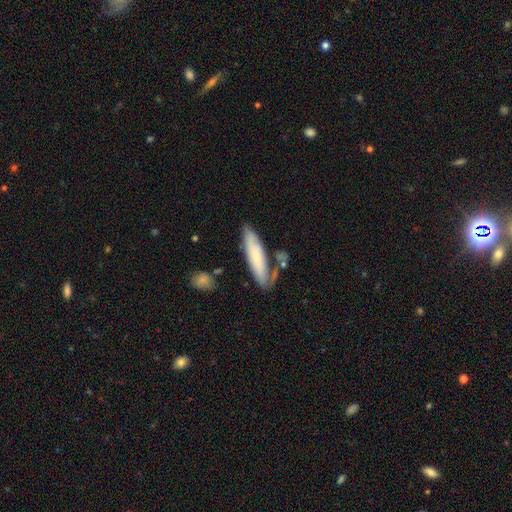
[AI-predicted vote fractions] This is likely a smooth galaxy (62%). How rounded: likely cigar-shaped (70%). Merging: likely none (64%).